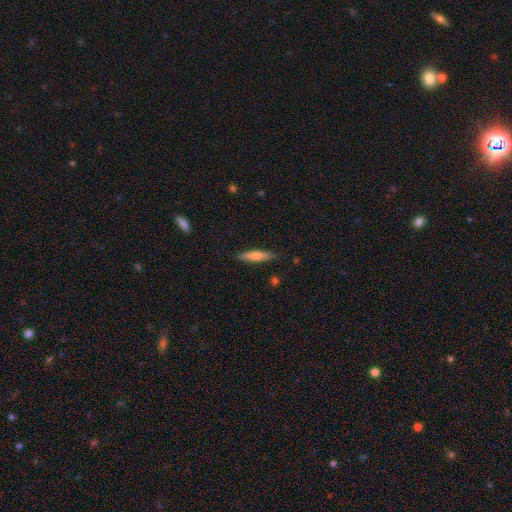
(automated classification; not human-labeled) smooth-or-featured: smooth: 67% | featured or disk: 27% | star or artifact: 6%
  how-rounded: cigar-shaped: 84% | in between: 15% | round: 2%
  merging: none: 86% | minor disturbance: 10% | major disturbance: 2% | merger: 1%